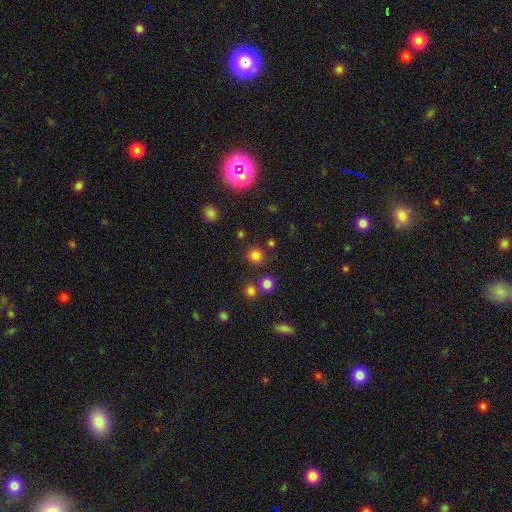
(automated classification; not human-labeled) smooth-or-featured: smooth: 76% | star or artifact: 18% | featured or disk: 6%
  how-rounded: round: 91% | in between: 8% | cigar-shaped: 1%
  merging: none: 81% | minor disturbance: 8% | merger: 8% | major disturbance: 3%